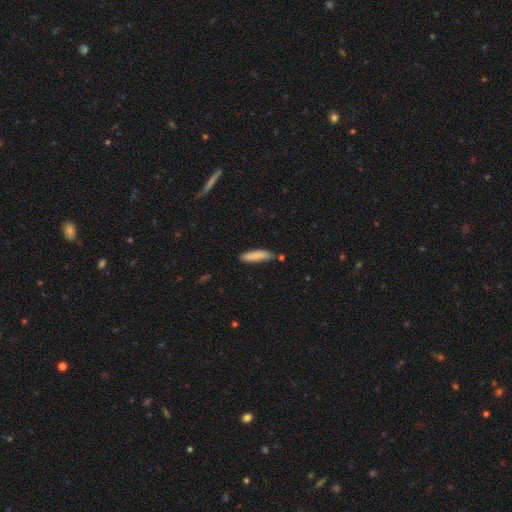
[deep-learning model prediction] Overall: smooth (85%). How rounded: cigar-shaped (75%). Merging: none (77%).